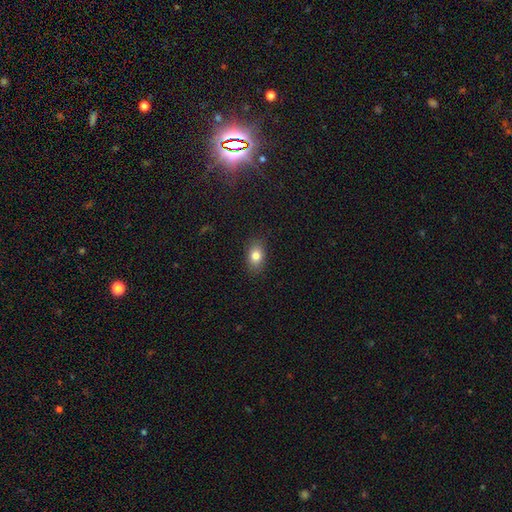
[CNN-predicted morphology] A smooth galaxy with no disk features (82%) that is in between round and cigar-shaped (80%). Merging: none (86%).